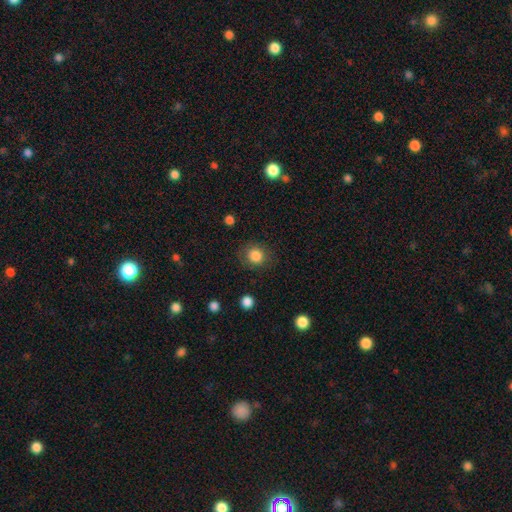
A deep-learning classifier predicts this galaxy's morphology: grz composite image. It shows a smooth galaxy with no disk features (84%) that is round (82%). Merging: none (80%).